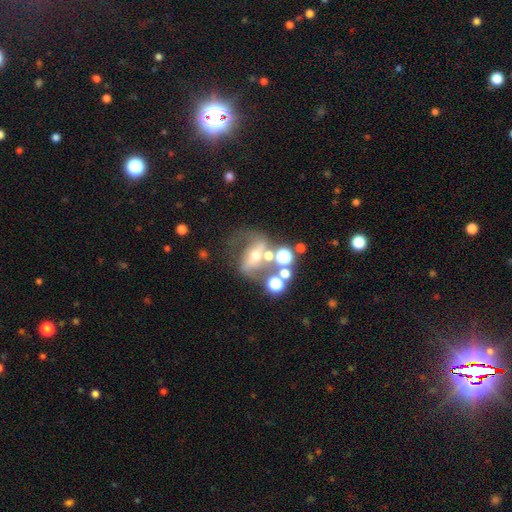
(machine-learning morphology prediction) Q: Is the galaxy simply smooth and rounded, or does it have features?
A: featured or disk — 58%.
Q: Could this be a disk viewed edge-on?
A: no — 93%.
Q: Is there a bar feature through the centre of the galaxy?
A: strong — 43%.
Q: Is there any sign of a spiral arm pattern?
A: yes — 57%.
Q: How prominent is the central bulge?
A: moderate — 61%.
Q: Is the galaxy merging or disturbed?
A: none — 42%.